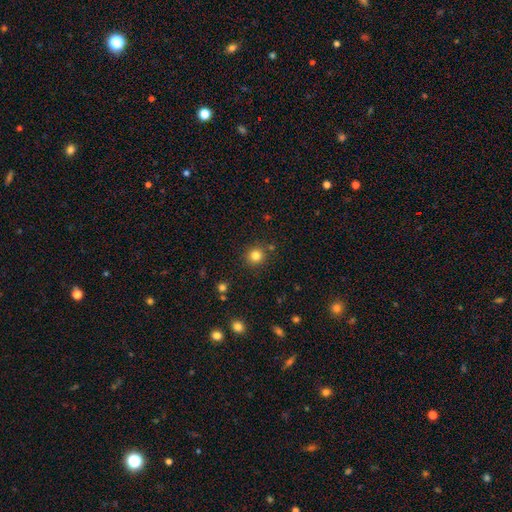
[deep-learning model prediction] This is clearly a smooth galaxy (82%). How rounded: clearly round (92%). Merging: clearly none (88%).